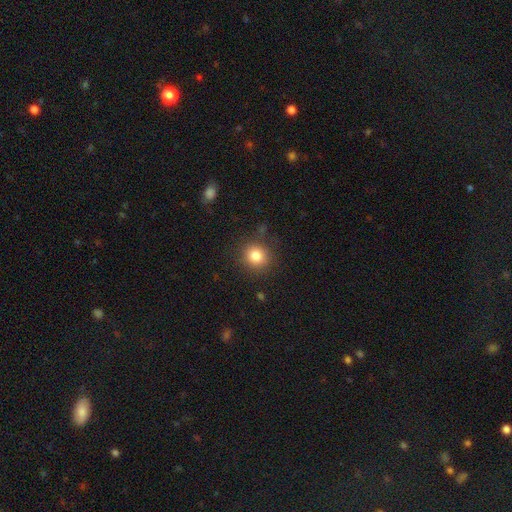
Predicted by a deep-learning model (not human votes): smooth_or_featured: smooth (p=0.82) [alt: star or artifact p=0.11]
how_rounded: round (p=0.87) [alt: in between p=0.12]
merging: none (p=0.86) [alt: minor disturbance p=0.09]